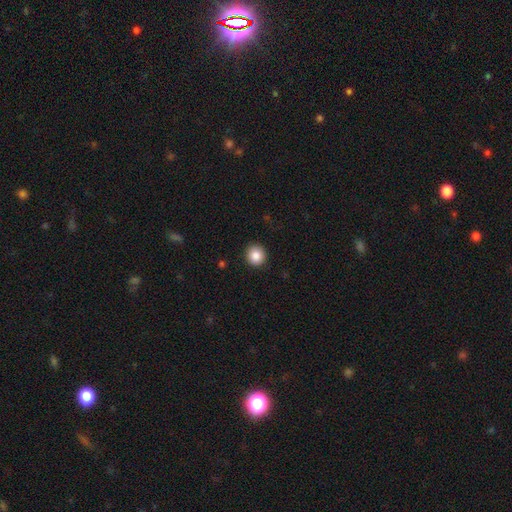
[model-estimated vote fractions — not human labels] smooth-or-featured: smooth: 87% | star or artifact: 9% | featured or disk: 4%
  how-rounded: round: 92% | in between: 8% | cigar-shaped: 1%
  merging: none: 91% | minor disturbance: 6% | major disturbance: 2% | merger: 1%